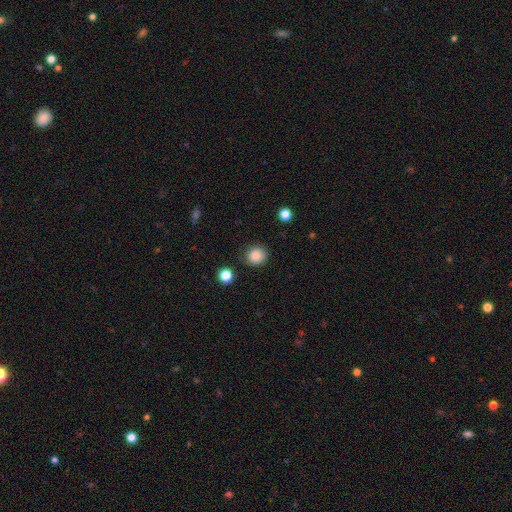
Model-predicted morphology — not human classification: Overall: smooth (86%). How rounded: round (83%). Merging: none (85%).